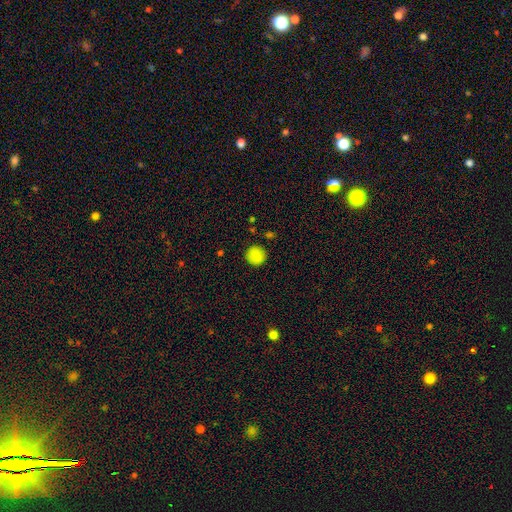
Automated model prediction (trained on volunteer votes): A smooth galaxy with no disk features (87%) that is round (93%).

Vote fractions:
- Smooth or featured? smooth: 87% / star or artifact: 10% / featured or disk: 3%
- How rounded? round: 93% / in between: 7% / cigar-shaped: 1%
- Merging? none: 89% / minor disturbance: 7% / major disturbance: 2% / merger: 1%